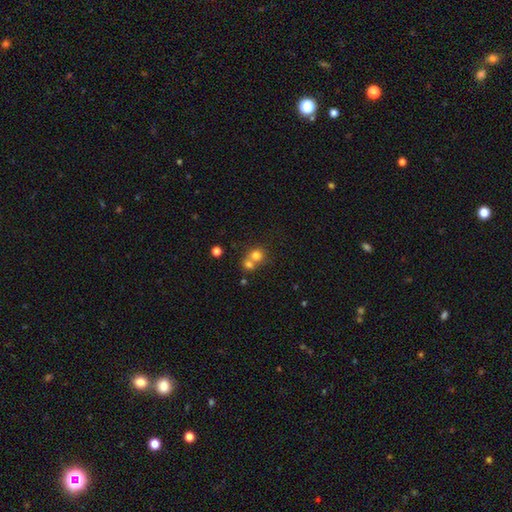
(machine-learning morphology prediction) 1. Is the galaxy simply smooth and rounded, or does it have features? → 75% smooth, 13% star or artifact, 12% featured or disk.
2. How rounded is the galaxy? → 82% round, 17% in between, 1% cigar-shaped.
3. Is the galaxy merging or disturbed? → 52% merger, 39% none, 6% minor disturbance, 3% major disturbance.